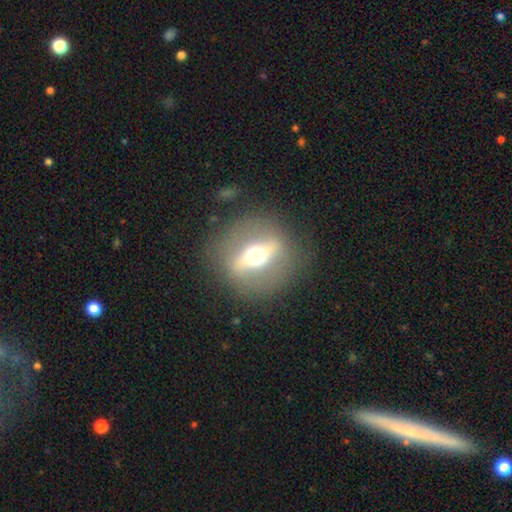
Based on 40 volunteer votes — Morphology: type=featured or disk (88%); edge-on=no (57%); bar=strong (65%); spiral arms=no (100%); bulge=moderate (45%); merging=none (66%).